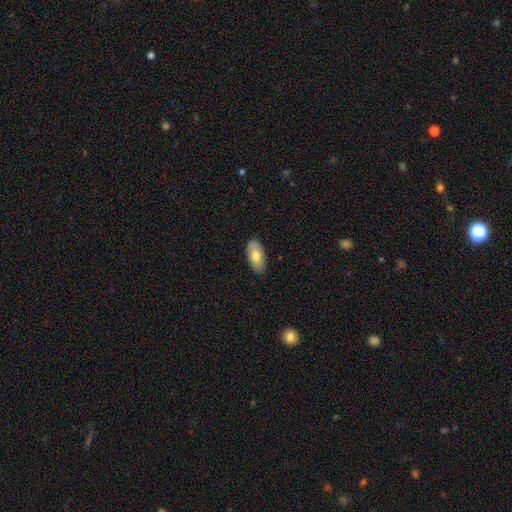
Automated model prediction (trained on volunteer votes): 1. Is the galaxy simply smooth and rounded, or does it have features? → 72% smooth, 22% featured or disk, 6% star or artifact.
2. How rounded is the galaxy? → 93% in between, 4% cigar-shaped, 3% round.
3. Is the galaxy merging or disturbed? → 85% none, 12% minor disturbance, 2% major disturbance, 1% merger.